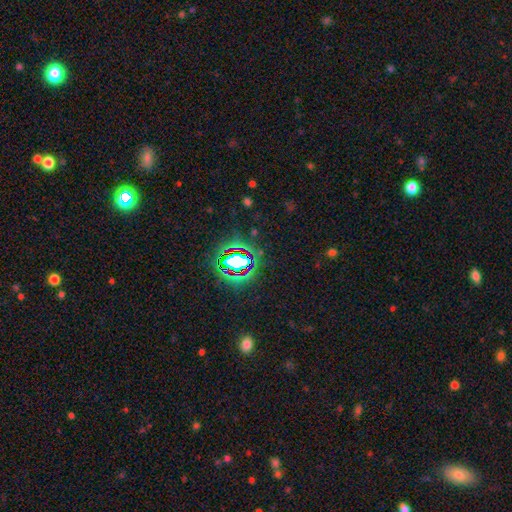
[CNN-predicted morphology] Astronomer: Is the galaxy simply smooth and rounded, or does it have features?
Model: star or artifact — 76%.